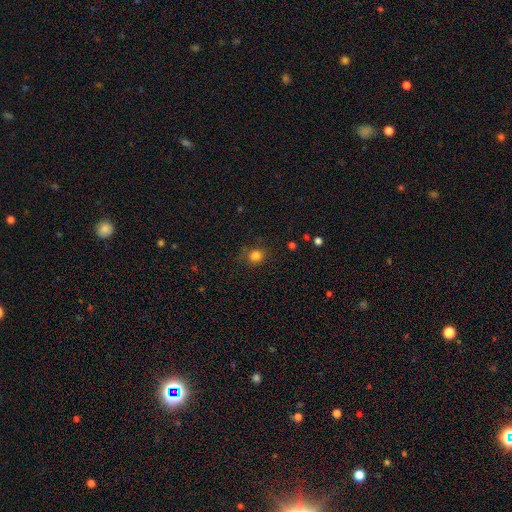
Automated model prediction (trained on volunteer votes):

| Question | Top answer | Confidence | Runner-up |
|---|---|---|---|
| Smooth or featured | smooth | 81% | star or artifact (14%) |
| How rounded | round | 82% | in between (17%) |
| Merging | none | 78% | minor disturbance (15%) |